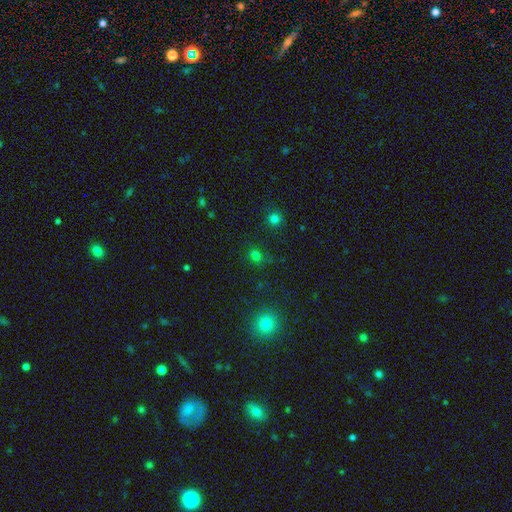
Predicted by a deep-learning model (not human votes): A smooth galaxy with no disk features (69%) that is round (79%). Merging: none (75%).